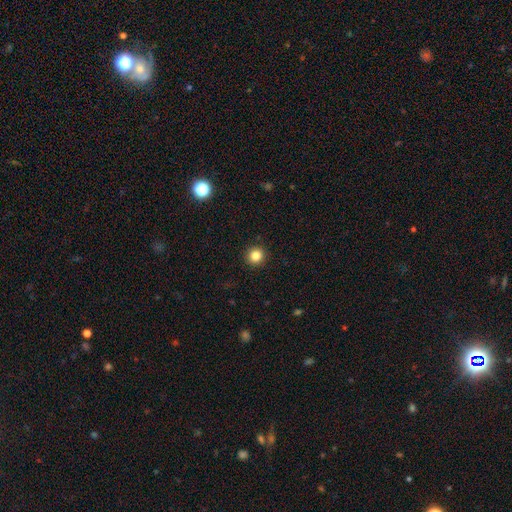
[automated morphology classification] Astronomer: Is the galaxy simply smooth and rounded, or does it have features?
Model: smooth — 84%.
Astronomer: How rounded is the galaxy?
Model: round — 94%.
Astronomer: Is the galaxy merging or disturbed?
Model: none — 93%.